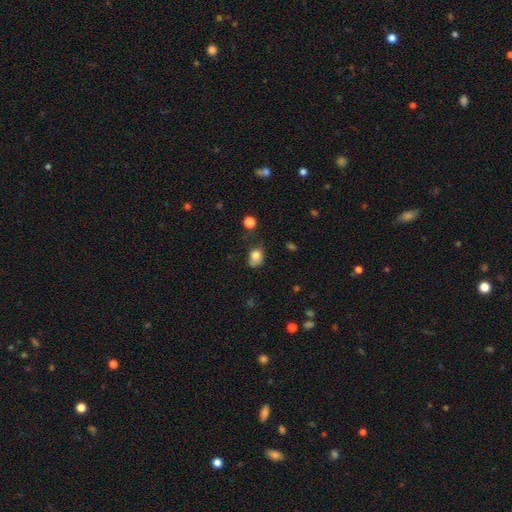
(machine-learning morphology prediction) This appears to be a smooth galaxy with no disk features (79%) that is in between round and cigar-shaped (60%). Merging: none (43%).